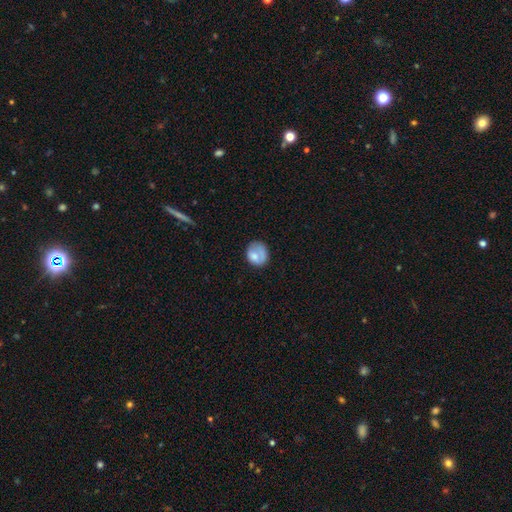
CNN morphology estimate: smooth_or_featured: smooth (p=0.68) [alt: featured or disk p=0.24]
how_rounded: round (p=0.62) [alt: in between p=0.37]
merging: none (p=0.51) [alt: minor disturbance p=0.27]